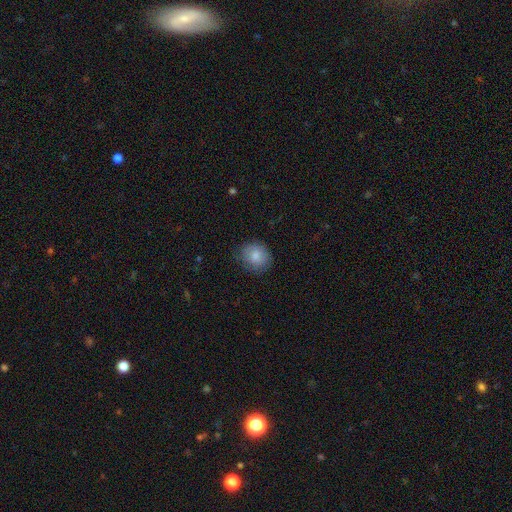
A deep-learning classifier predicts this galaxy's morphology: smooth-or-featured: smooth: 82% | featured or disk: 10% | star or artifact: 8%
  how-rounded: round: 68% | in between: 31% | cigar-shaped: 1%
  merging: none: 77% | minor disturbance: 18% | major disturbance: 4% | merger: 1%